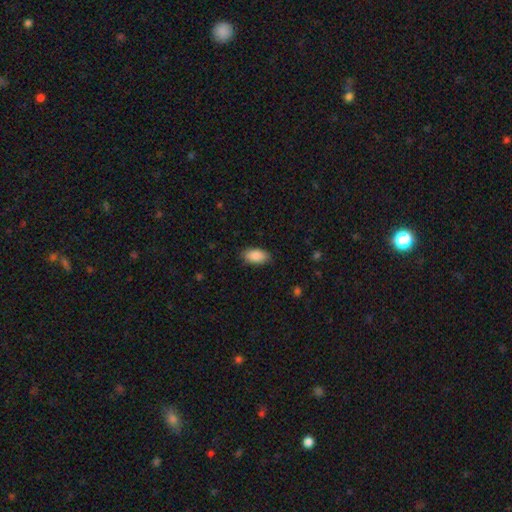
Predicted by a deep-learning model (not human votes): The model was most divided on "merging": none: 85%, minor disturbance: 11%, major disturbance: 3%, merger: 1%. More confident: how rounded — in between (94%); smooth or featured — smooth (89%).